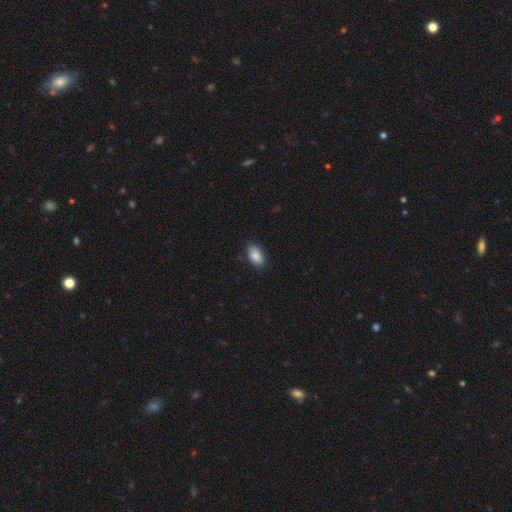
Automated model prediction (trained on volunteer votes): Smooth or featured? Predicted: smooth (p=0.86). How rounded? Predicted: in between (p=0.93). Merging? Predicted: none (p=0.83).